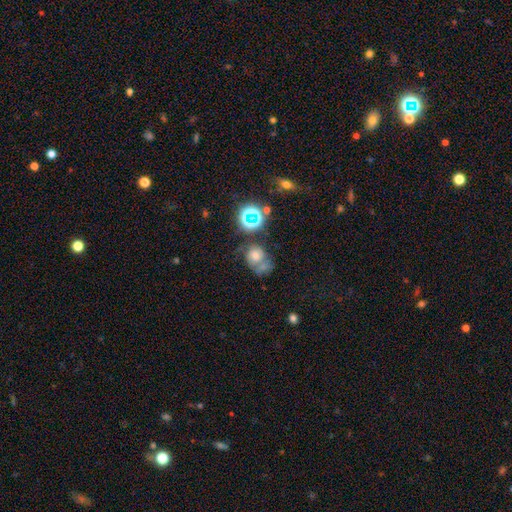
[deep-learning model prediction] smooth 46%, featured or disk 28%, star or artifact 27%. Down the decision tree: merging — none (37%).